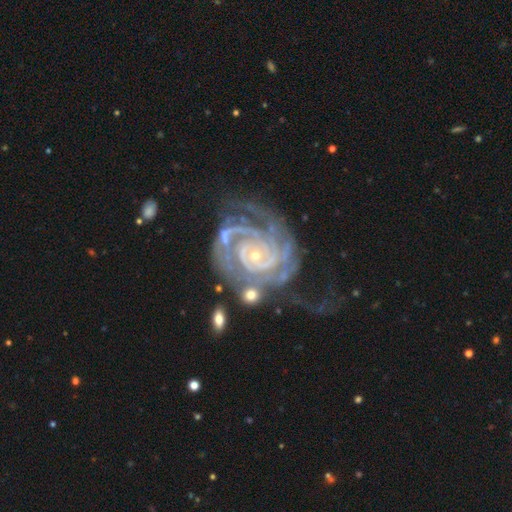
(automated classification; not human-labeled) Smooth or featured? featured or disk (92%)
Edge-on disk? no (98%)
Bar? no (65%)
Spiral arms? yes (98%)
Spiral winding? tight (79%)
Spiral arm count? 2 (38%)
Bulge size? small (81%)
Merging? none (49%)